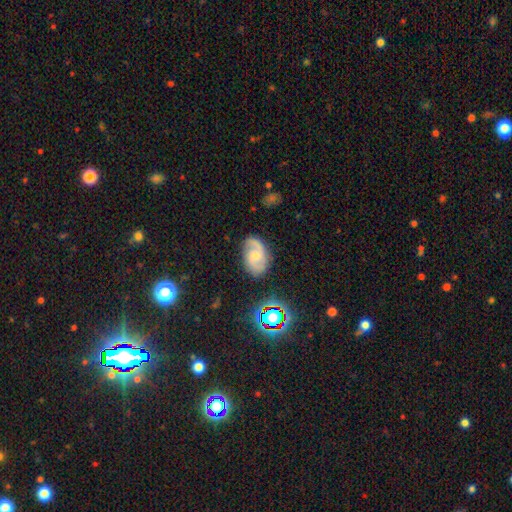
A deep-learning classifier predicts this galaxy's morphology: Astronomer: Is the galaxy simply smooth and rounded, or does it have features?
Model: featured or disk — 72%.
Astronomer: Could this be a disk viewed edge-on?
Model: no — 97%.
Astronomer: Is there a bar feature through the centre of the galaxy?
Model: no — 59% (runner-up: weak, 36%).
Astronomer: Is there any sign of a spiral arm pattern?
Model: yes — 95%.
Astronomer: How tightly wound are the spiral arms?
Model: medium — 49% (runner-up: tight, 28%).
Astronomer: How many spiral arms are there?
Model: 2 — 83%.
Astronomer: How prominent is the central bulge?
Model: small — 52% (runner-up: moderate, 38%).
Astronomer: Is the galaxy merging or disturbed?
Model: none — 76%.